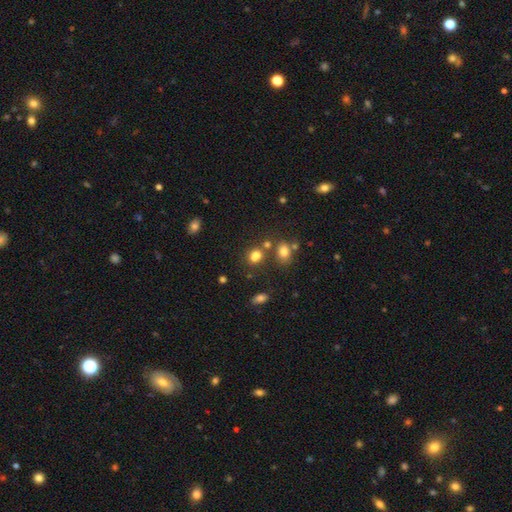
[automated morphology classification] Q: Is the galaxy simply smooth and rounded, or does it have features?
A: smooth — 78%.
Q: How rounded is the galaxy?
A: round — 52%.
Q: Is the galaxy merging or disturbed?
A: none — 63%.